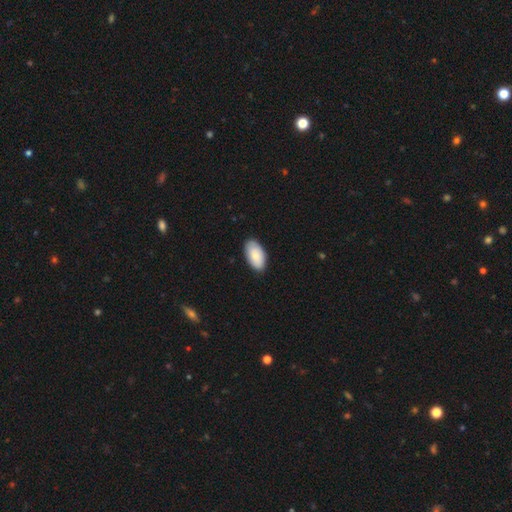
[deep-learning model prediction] Smooth or featured: smooth — 81% (featured or disk — 13%)
How rounded: in between — 96% (round — 3%)
Merging: none — 85% (minor disturbance — 12%)